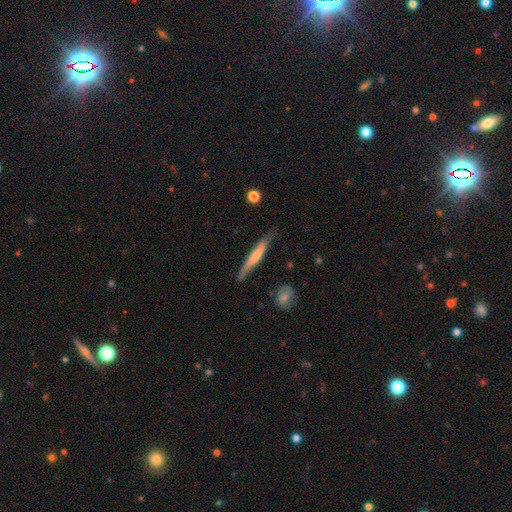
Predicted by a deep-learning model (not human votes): Smooth or featured? smooth (49%)
Merging? none (79%)